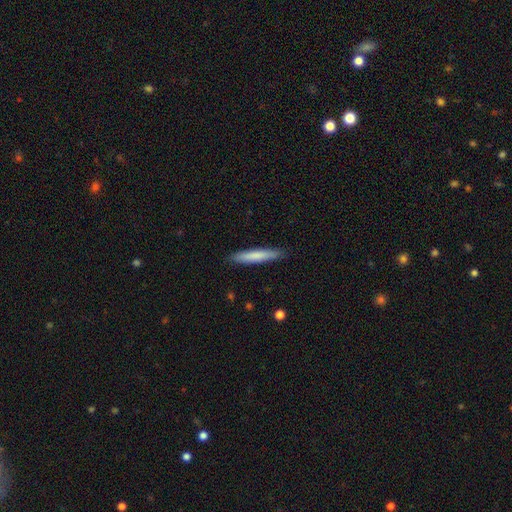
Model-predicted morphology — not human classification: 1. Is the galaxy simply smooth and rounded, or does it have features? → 77% smooth, 18% featured or disk, 5% star or artifact.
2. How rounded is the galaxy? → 93% cigar-shaped, 6% in between, 1% round.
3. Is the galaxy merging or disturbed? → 89% none, 8% minor disturbance, 2% major disturbance, 1% merger.